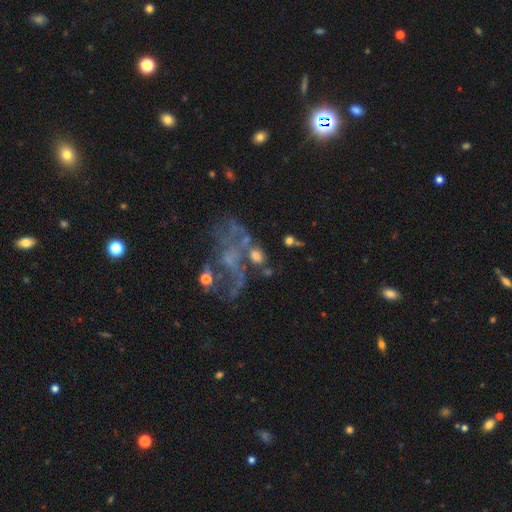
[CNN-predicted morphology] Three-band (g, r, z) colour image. It shows a featured or disk galaxy (50%). Merging: none (33%).